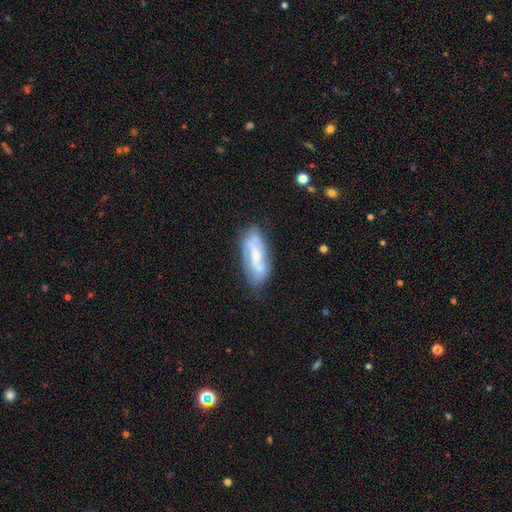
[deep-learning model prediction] The model was most divided on "bar": weak: 40%, no: 36%, strong: 24%. More confident: edge-on disk — no (87%); spiral arms — yes (72%); merging — none (68%); smooth or featured — featured or disk (62%); bulge size — small (53%).